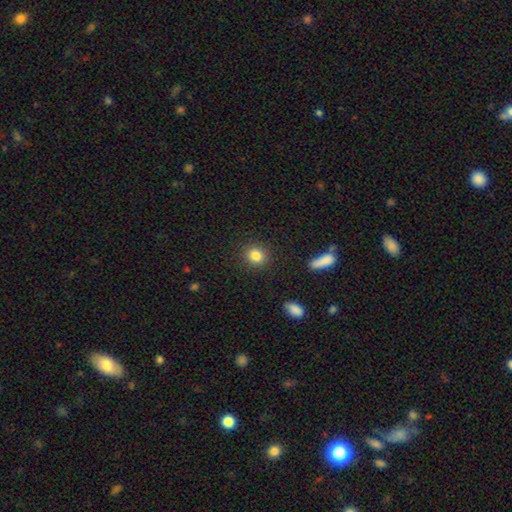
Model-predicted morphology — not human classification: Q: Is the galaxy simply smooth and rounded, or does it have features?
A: smooth — 84%.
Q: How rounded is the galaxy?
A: round — 84%.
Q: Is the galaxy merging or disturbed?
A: none — 90%.